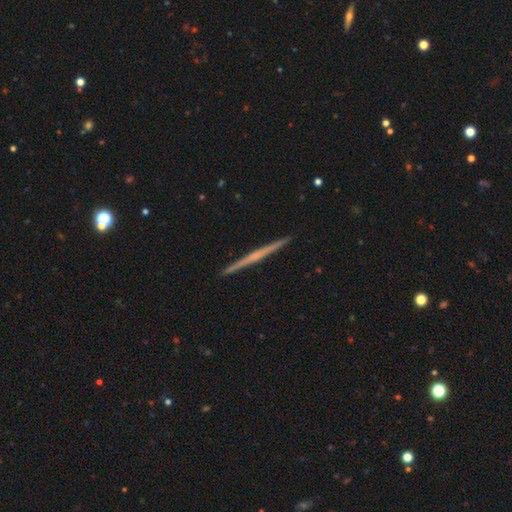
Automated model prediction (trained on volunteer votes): Smooth or featured: featured or disk — 69% (smooth — 26%)
Edge-on disk: yes — 99% (no — 1%)
Edge-on bulge: none — 70% (rounded — 23%)
Merging: none — 93% (minor disturbance — 4%)